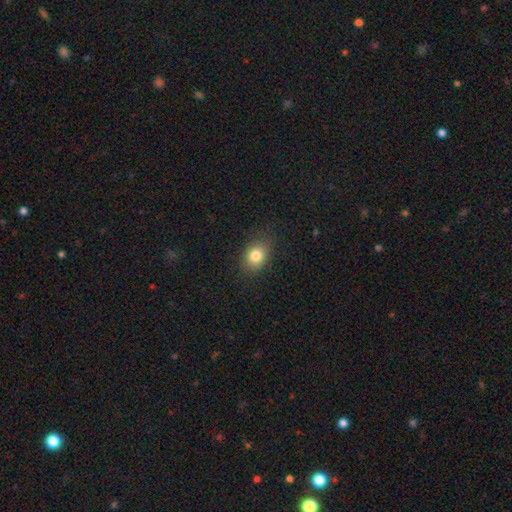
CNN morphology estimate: A smooth galaxy with no disk features (81%) that is in between round and cigar-shaped (60%).

Vote fractions:
- Smooth or featured? smooth: 81% / star or artifact: 10% / featured or disk: 9%
- How rounded? in between: 60% / round: 39% / cigar-shaped: 1%
- Merging? none: 83% / minor disturbance: 13% / major disturbance: 4% / merger: 1%